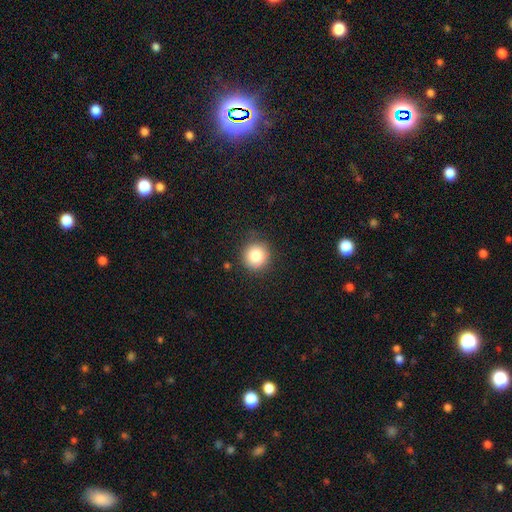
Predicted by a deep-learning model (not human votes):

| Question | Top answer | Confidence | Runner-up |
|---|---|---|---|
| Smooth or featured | smooth | 82% | star or artifact (10%) |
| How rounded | round | 94% | in between (5%) |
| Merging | none | 86% | minor disturbance (10%) |